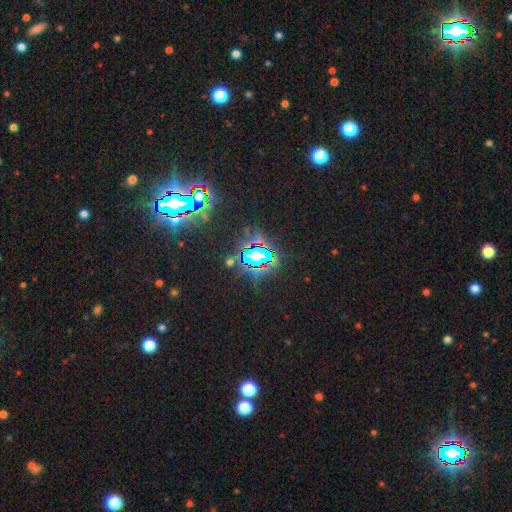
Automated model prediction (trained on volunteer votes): The model was most divided on "smooth or featured": star or artifact: 70%, smooth: 18%, featured or disk: 12%.